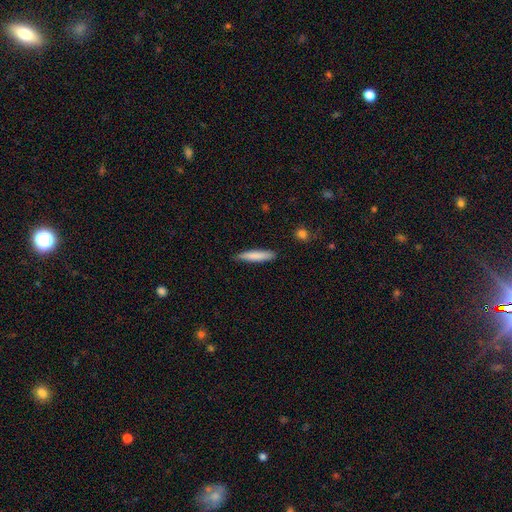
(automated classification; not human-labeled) This is clearly a smooth galaxy (80%). How rounded: clearly cigar-shaped (88%). Merging: clearly none (82%).